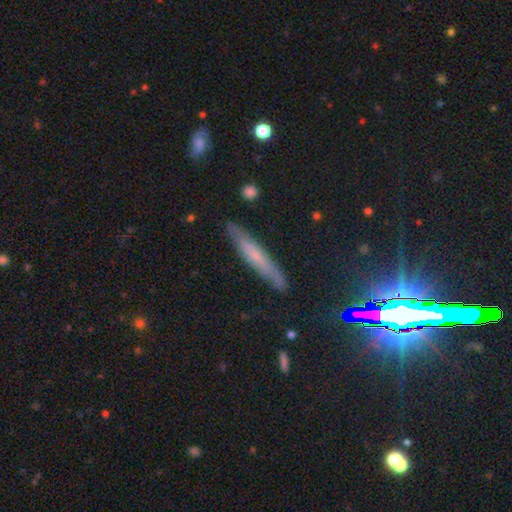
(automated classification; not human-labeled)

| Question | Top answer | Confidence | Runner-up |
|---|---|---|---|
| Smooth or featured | featured or disk | 43% | tied: smooth (43%) |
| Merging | none | 82% | minor disturbance (14%) |